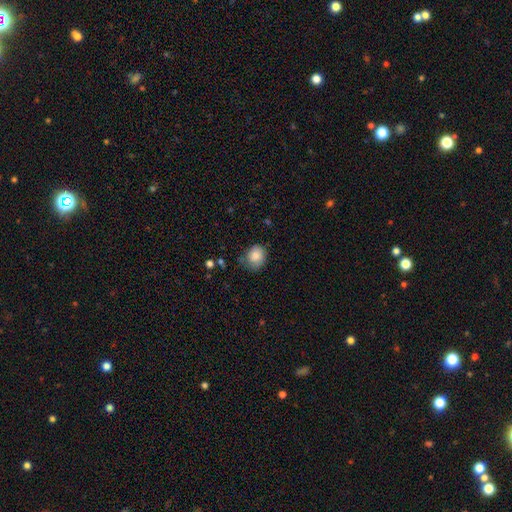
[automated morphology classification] Smooth or featured?
  - smooth: 84% *
  - star or artifact: 8%
  - featured or disk: 8%
How rounded?
  - round: 67% *
  - in between: 32%
  - cigar-shaped: 1%
Merging?
  - none: 63% *
  - minor disturbance: 27%
  - major disturbance: 7%
  - merger: 2%